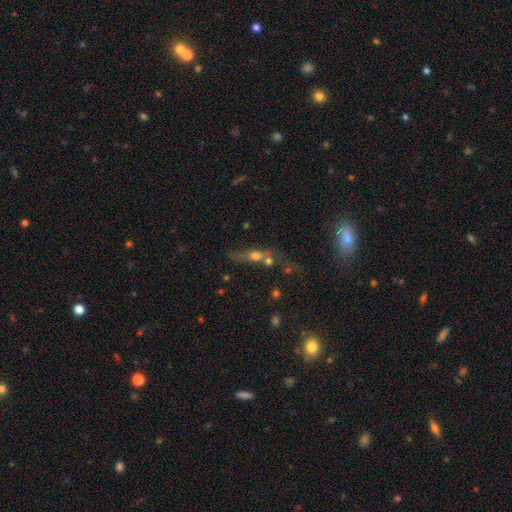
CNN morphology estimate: Smooth or featured?
  - smooth: 52% *
  - featured or disk: 32%
  - star or artifact: 16%
How rounded?
  - in between: 36% *
  - round: 33%
  - cigar-shaped: 31%
Merging?
  - merger: 47% *
  - none: 31%
  - minor disturbance: 12%
  - major disturbance: 11%